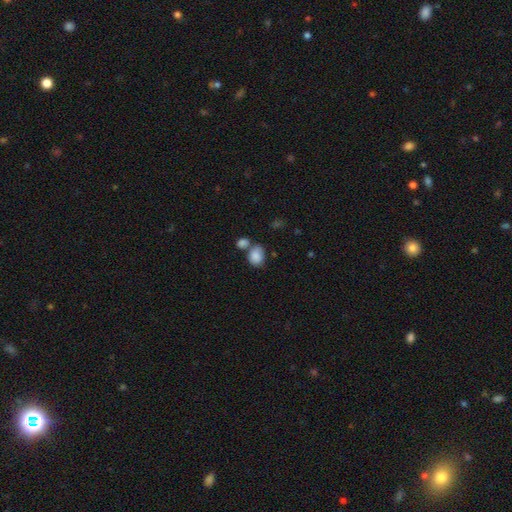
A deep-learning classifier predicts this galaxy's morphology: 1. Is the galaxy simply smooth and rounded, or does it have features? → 86% smooth, 8% star or artifact, 7% featured or disk.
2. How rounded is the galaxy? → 58% in between, 41% round, 1% cigar-shaped.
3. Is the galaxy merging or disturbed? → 42% none, 38% merger, 14% minor disturbance, 6% major disturbance.